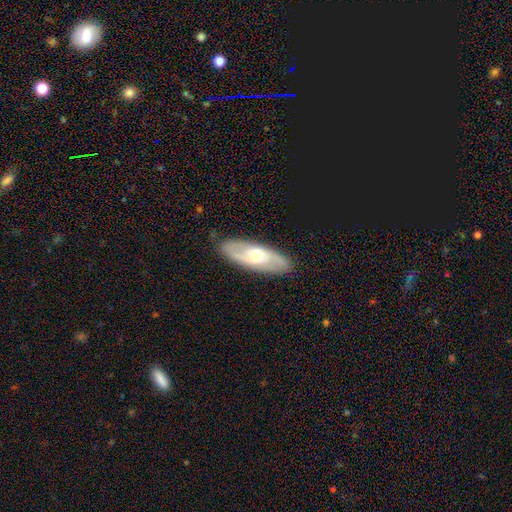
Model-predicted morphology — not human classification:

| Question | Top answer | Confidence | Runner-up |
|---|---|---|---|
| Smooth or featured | featured or disk | 65% | smooth (29%) |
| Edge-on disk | no | 83% | yes (17%) |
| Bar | no | 56% | weak (35%) |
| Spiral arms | yes | 83% | no (17%) |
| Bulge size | moderate | 57% | small (28%) |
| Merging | none | 87% | minor disturbance (10%) |